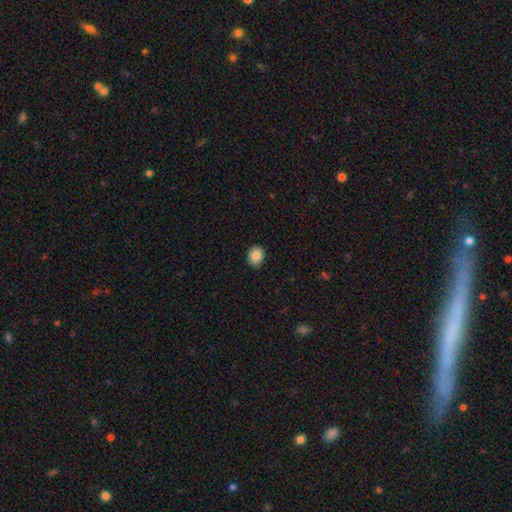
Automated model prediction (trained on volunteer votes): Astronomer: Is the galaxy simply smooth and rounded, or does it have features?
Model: smooth — 84%.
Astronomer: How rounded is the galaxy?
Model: in between — 50% (runner-up: round, 49%).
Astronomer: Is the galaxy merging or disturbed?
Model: none — 88%.